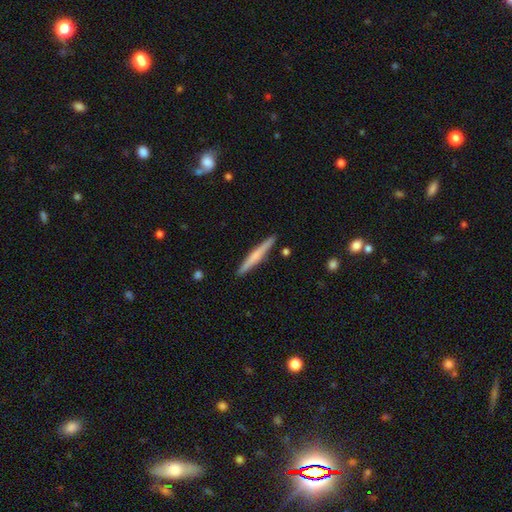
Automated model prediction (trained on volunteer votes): Smooth or featured?
  - smooth: 49% *
  - featured or disk: 46%
  - star or artifact: 5%
Merging?
  - none: 91% *
  - minor disturbance: 6%
  - merger: 2%
  - major disturbance: 1%